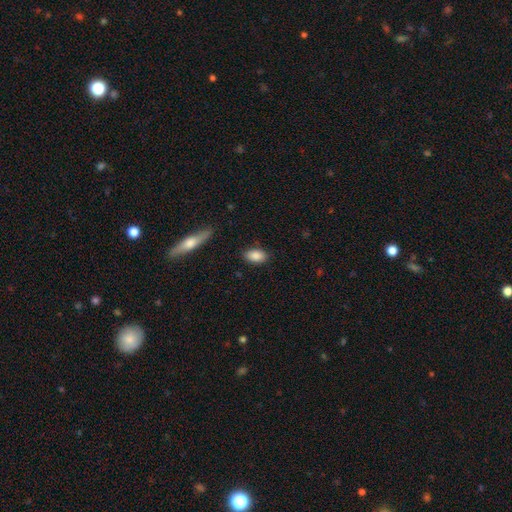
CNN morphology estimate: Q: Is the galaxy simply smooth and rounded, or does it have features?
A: smooth — 87%.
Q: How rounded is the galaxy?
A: in between — 91%.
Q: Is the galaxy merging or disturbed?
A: none — 86%.